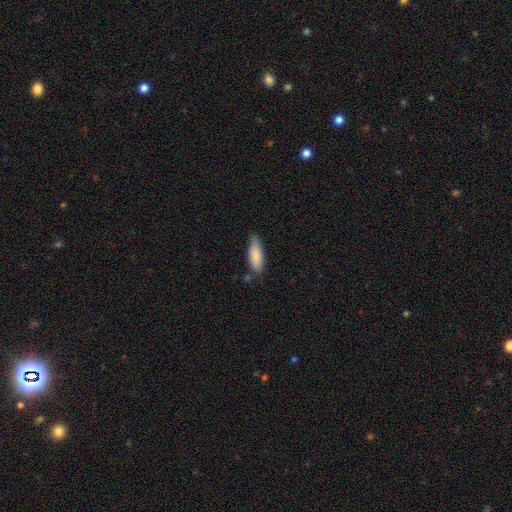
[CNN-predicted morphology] Smooth or featured? Predicted: smooth (p=0.86). How rounded? Predicted: in between (p=0.59). Merging? Predicted: none (p=0.67).